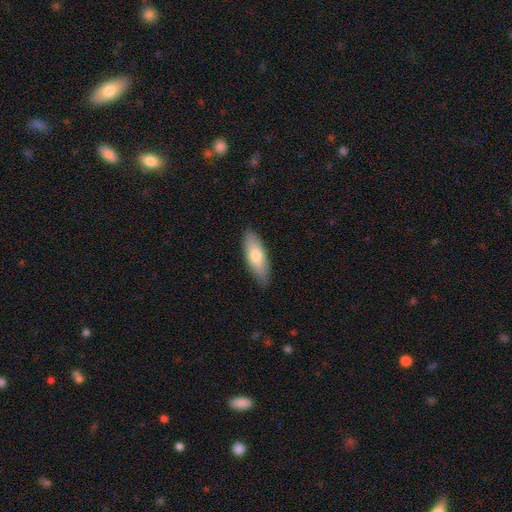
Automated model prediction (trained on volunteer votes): Smooth or featured? Predicted: smooth (p=0.72). How rounded? Predicted: in between (p=0.63). Merging? Predicted: none (p=0.87).